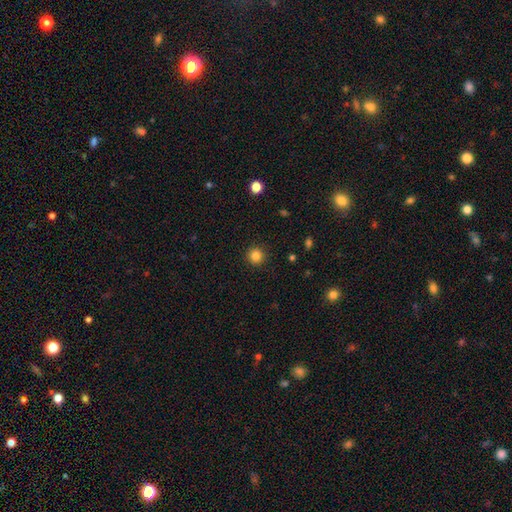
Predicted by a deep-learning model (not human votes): This is clearly a smooth galaxy (84%). How rounded: clearly round (95%). Merging: clearly none (92%).